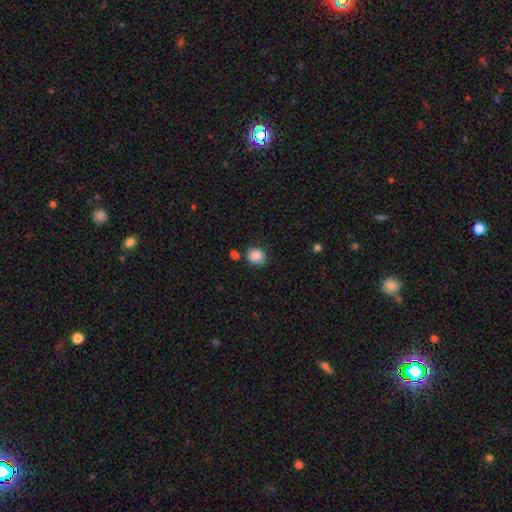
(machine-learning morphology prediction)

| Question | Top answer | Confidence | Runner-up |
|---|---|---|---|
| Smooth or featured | smooth | 87% | star or artifact (9%) |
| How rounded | round | 81% | in between (18%) |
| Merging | none | 74% | minor disturbance (15%) |